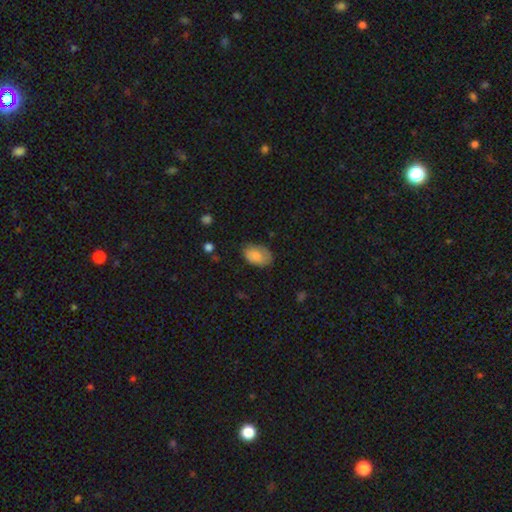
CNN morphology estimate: This is clearly a smooth galaxy (81%). How rounded: clearly in between (90%). Merging: likely none (68%).